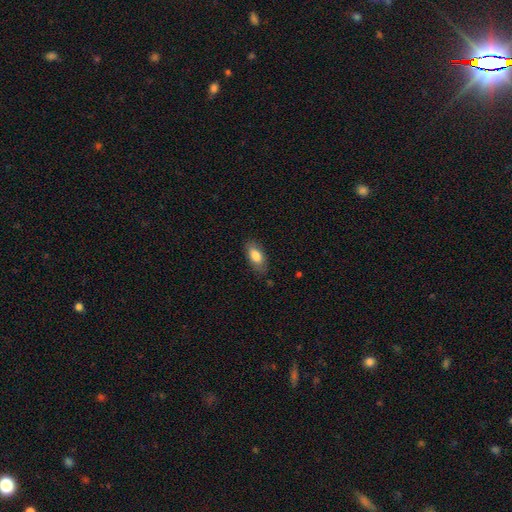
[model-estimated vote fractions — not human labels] smooth_or_featured: smooth (p=0.80) [alt: featured or disk p=0.13]
how_rounded: in between (p=0.86) [alt: cigar-shaped p=0.11]
merging: none (p=0.80) [alt: minor disturbance p=0.16]